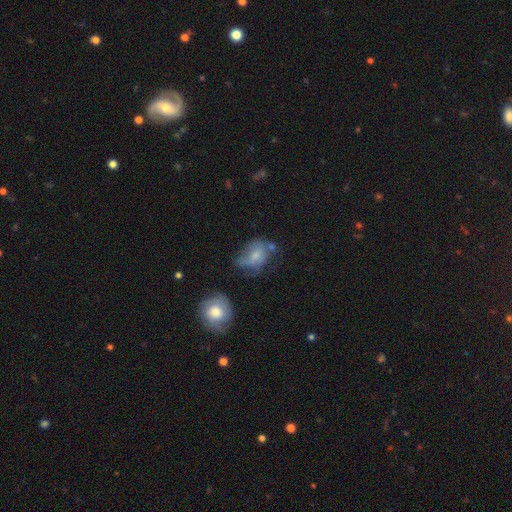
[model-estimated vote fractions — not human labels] Q: Smooth or featured?
A: smooth (55%); runner-up: featured or disk (35%)
Q: How rounded?
A: in between (75%); runner-up: round (23%)
Q: Merging?
A: none (30%); tied with: minor disturbance (30%)